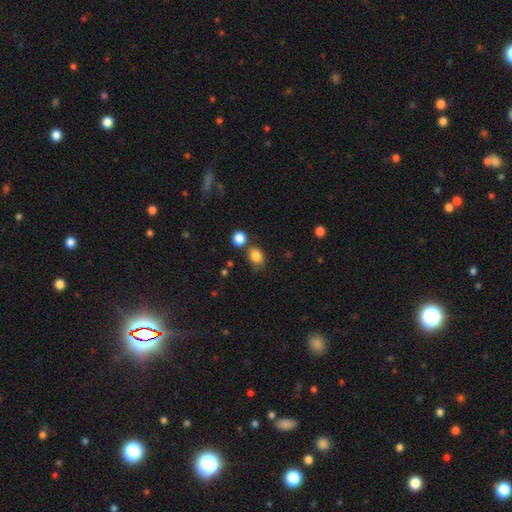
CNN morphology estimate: Smooth or featured: smooth — 84% (star or artifact — 11%)
How rounded: in between — 54% (round — 44%)
Merging: none — 66% (minor disturbance — 16%)